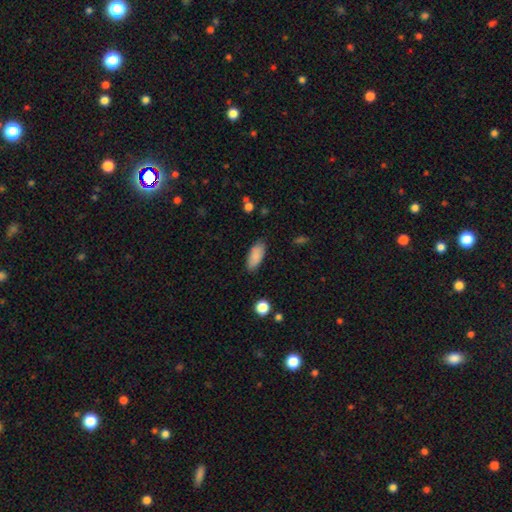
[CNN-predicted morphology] Overall: smooth (88%). How rounded: in between (86%). Merging: none (84%).